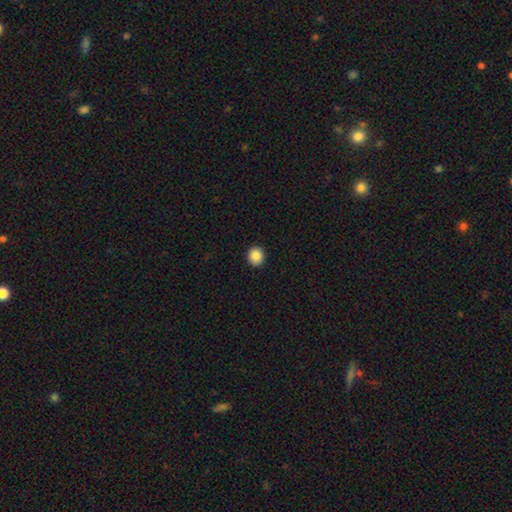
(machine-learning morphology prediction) smooth_or_featured: smooth (p=0.87) [alt: star or artifact p=0.09]
how_rounded: round (p=0.85) [alt: in between p=0.14]
merging: none (p=0.92) [alt: minor disturbance p=0.05]